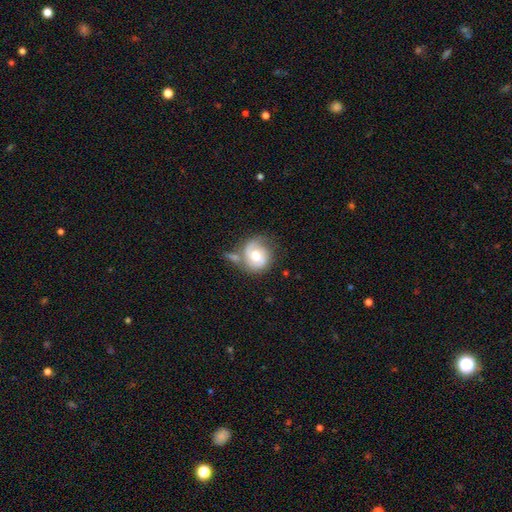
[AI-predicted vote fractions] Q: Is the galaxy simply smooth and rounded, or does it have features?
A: featured or disk — 62%.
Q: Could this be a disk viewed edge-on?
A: no — 97%.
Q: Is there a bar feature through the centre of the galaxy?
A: no — 61%.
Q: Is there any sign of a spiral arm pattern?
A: yes — 82%.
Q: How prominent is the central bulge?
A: moderate — 70%.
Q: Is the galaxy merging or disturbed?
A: none — 50%.